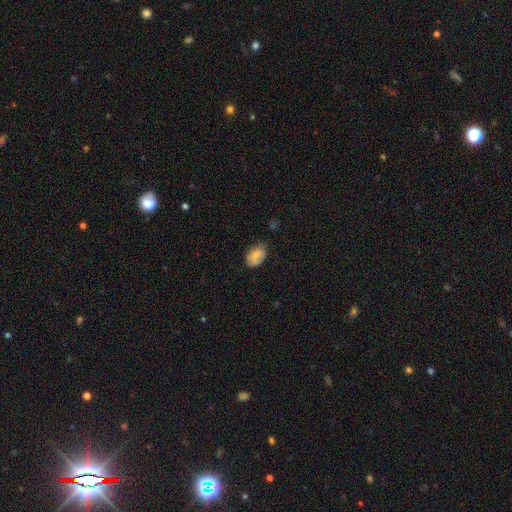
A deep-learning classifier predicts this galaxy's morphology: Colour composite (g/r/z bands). It shows a smooth galaxy with no disk features (74%) that is in between round and cigar-shaped (86%). Merging: none (67%).